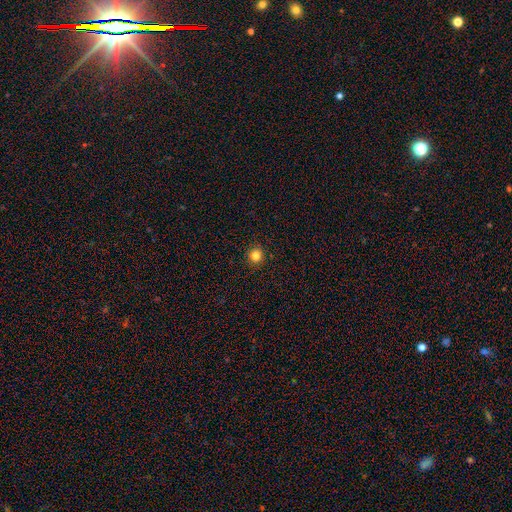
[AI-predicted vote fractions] Overall: smooth (83%). How rounded: round (91%). Merging: none (92%).